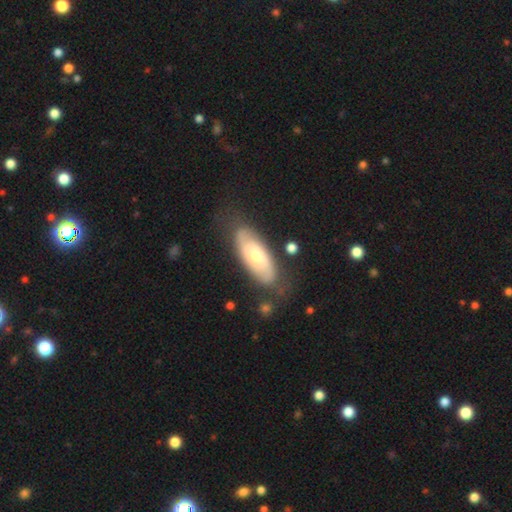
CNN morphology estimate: smooth 48%, featured or disk 46%, star or artifact 6%. Down the decision tree: merging — none (72%).